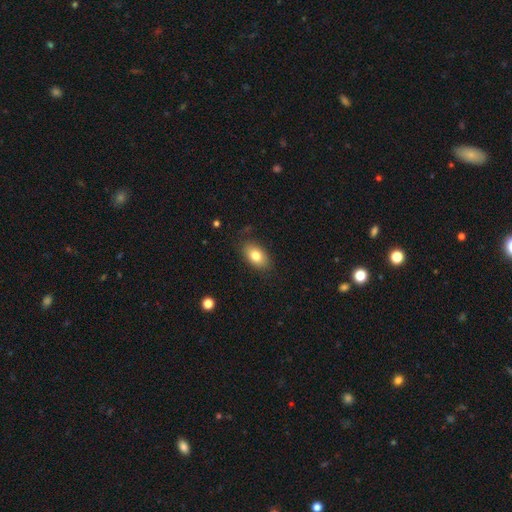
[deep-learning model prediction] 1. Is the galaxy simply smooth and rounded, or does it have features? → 79% smooth, 12% featured or disk, 8% star or artifact.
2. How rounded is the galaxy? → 89% in between, 9% round, 2% cigar-shaped.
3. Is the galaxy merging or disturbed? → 83% none, 12% minor disturbance, 3% major disturbance, 1% merger.